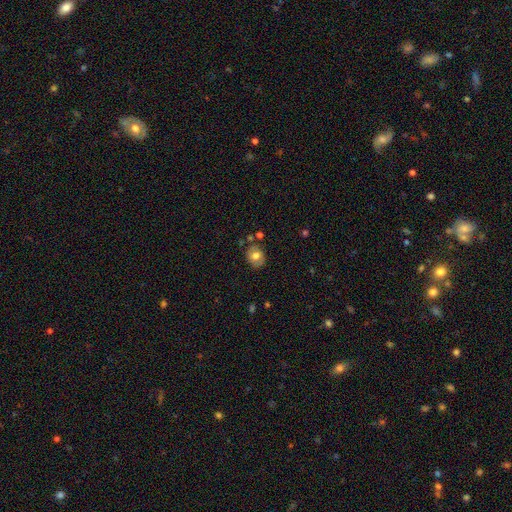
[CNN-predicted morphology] type=smooth (68%); roundness=round (55%); merging=none (77%).